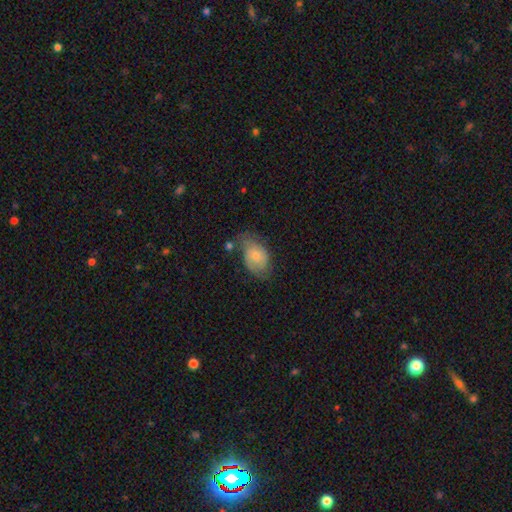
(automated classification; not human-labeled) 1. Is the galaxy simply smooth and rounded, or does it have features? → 61% smooth, 32% featured or disk, 7% star or artifact.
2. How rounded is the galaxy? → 83% in between, 16% round, 1% cigar-shaped.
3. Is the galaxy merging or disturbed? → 41% none, 33% minor disturbance, 18% major disturbance, 7% merger.